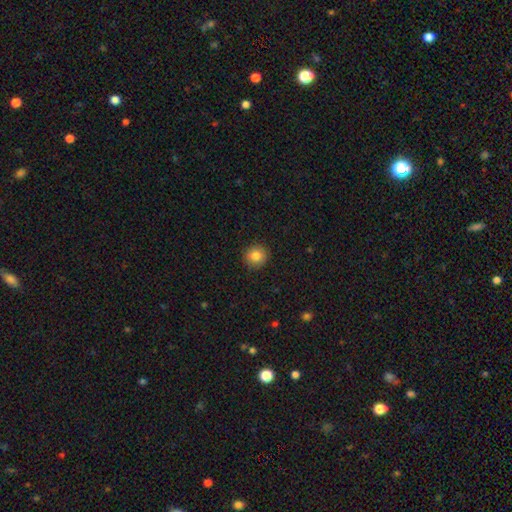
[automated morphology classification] This appears to be a smooth galaxy with no disk features (84%) that is round (92%). Merging: none (91%).